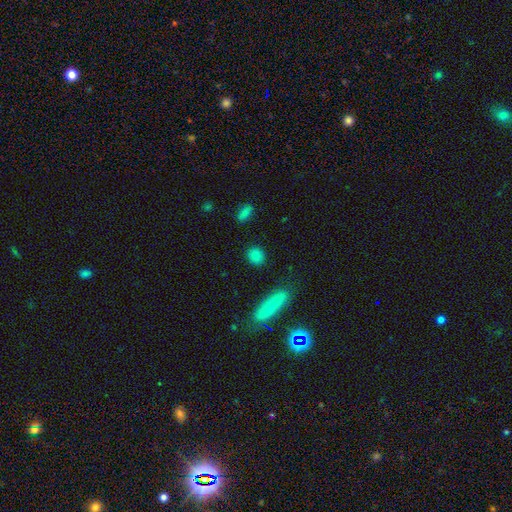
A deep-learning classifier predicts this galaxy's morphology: Q: Smooth or featured?
A: smooth (84%); runner-up: star or artifact (9%)
Q: How rounded?
A: round (74%); runner-up: in between (23%)
Q: Merging?
A: none (89%); runner-up: minor disturbance (7%)